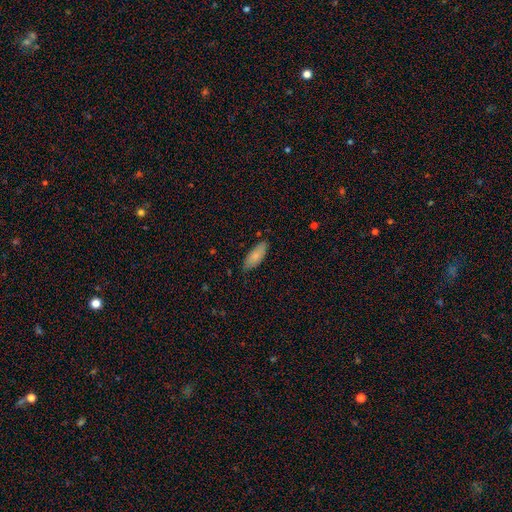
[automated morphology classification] A smooth galaxy with no disk features (81%) that is in between round and cigar-shaped (78%). Merging: none (80%).